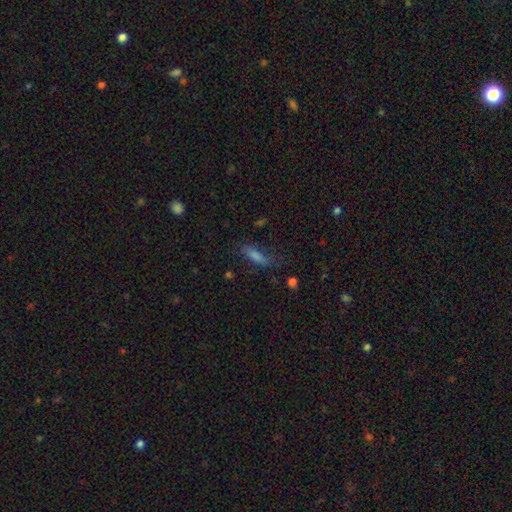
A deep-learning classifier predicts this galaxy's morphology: Smooth or featured?
  - smooth: 69% *
  - featured or disk: 17%
  - star or artifact: 14%
How rounded?
  - cigar-shaped: 55% *
  - in between: 42%
  - round: 3%
Merging?
  - none: 60% *
  - minor disturbance: 25%
  - major disturbance: 13%
  - merger: 3%